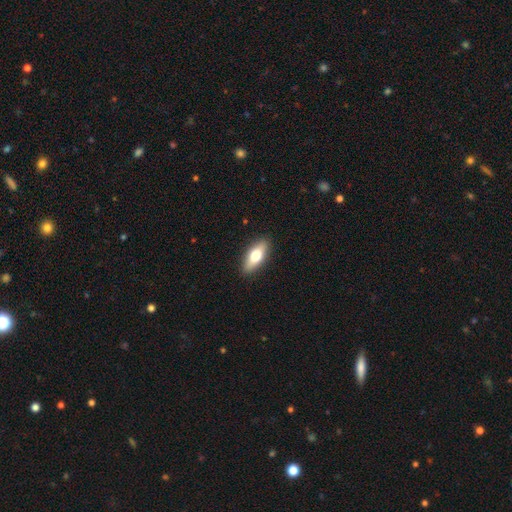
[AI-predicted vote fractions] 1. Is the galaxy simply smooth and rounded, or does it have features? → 64% smooth, 30% featured or disk, 6% star or artifact.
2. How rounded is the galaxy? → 71% in between, 25% cigar-shaped, 3% round.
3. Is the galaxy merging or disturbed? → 89% none, 8% minor disturbance, 2% major disturbance, 1% merger.